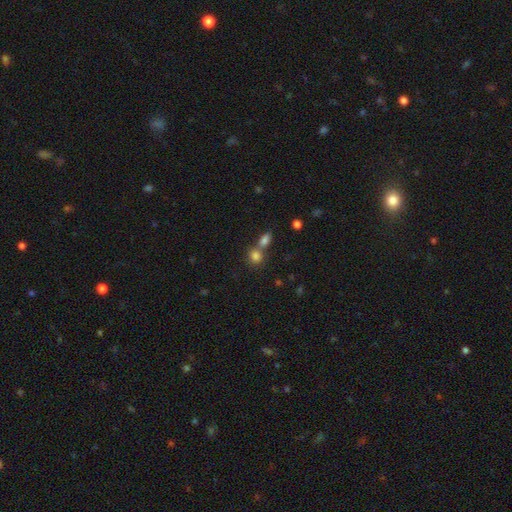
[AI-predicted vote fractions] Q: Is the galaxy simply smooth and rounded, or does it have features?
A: smooth — 81%.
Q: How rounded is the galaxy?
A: round — 69%.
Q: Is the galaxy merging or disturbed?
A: none — 45%.